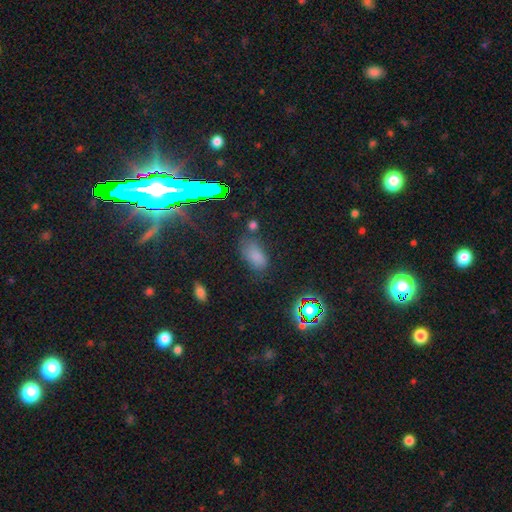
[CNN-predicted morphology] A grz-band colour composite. It shows a smooth galaxy with no disk features (70%) that is in between round and cigar-shaped (91%). Merging: none (61%).